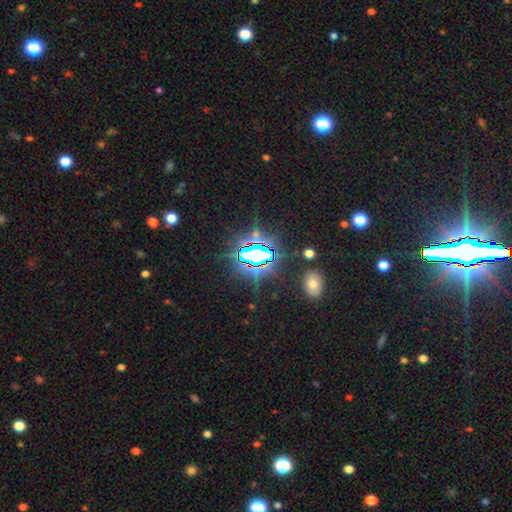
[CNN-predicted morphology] smooth-or-featured: star or artifact: 78% | smooth: 12% | featured or disk: 10%